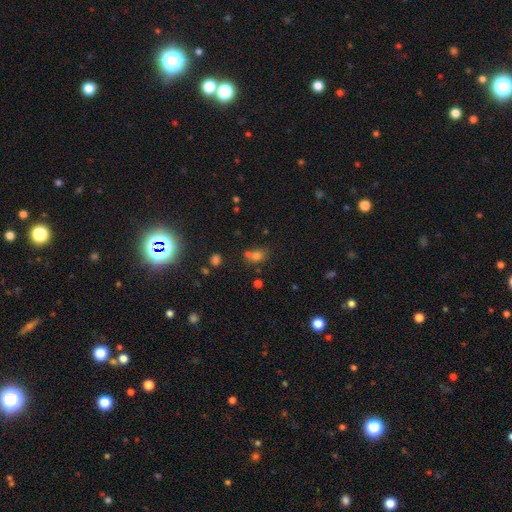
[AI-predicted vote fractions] The model was most divided on "how rounded": round: 58%, in between: 40%, cigar-shaped: 2%. More confident: smooth or featured — smooth (61%); merging — none (57%).